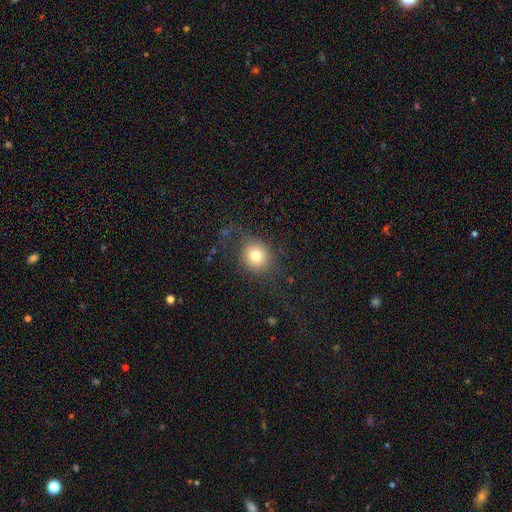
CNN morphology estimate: smooth-or-featured: smooth: 75% | featured or disk: 13% | star or artifact: 13%
  how-rounded: round: 84% | in between: 15% | cigar-shaped: 1%
  merging: none: 72% | minor disturbance: 14% | major disturbance: 12% | merger: 2%